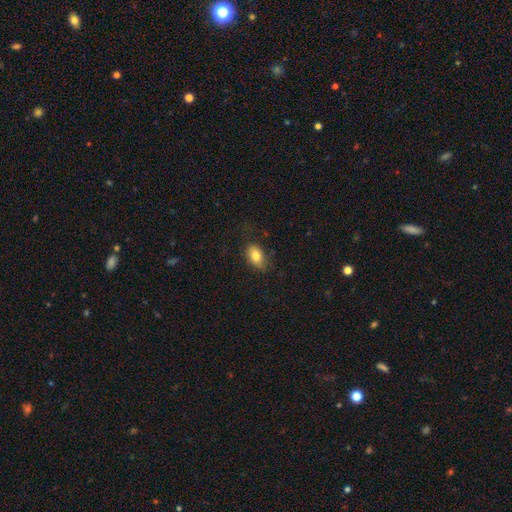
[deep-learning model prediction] Smooth or featured?
  - smooth: 81% *
  - featured or disk: 10%
  - star or artifact: 8%
How rounded?
  - in between: 87% *
  - round: 11%
  - cigar-shaped: 3%
Merging?
  - none: 75% *
  - minor disturbance: 19%
  - major disturbance: 5%
  - merger: 1%